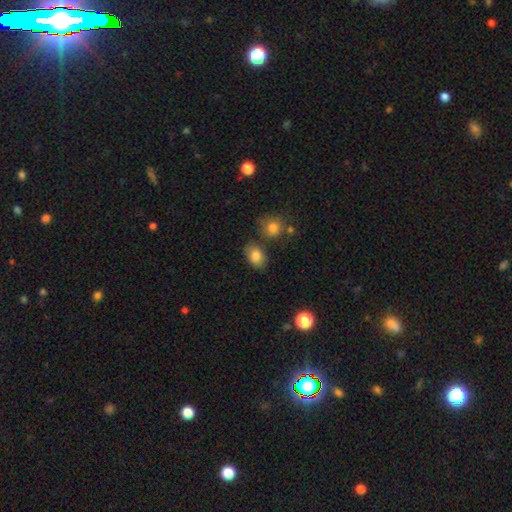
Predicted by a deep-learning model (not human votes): Smooth or featured: smooth — 83% (star or artifact — 9%)
How rounded: in between — 77% (round — 22%)
Merging: none — 74% (minor disturbance — 14%)